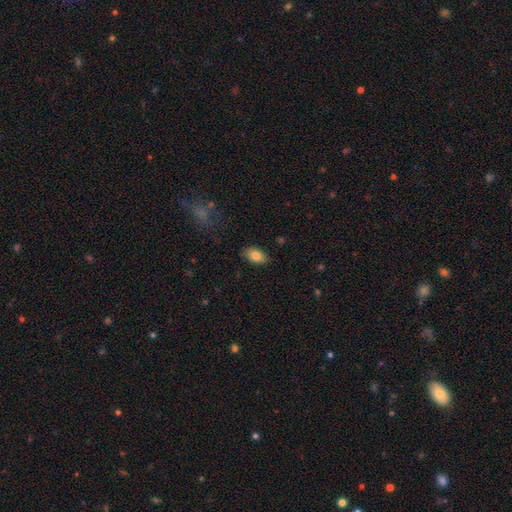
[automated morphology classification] type=smooth (83%); roundness=in between (91%); merging=none (85%).